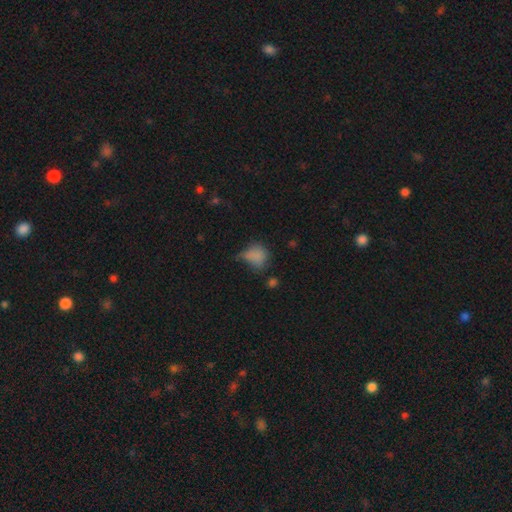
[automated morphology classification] A smooth galaxy with no disk features (76%) that is round (51%).

Vote fractions:
- Smooth or featured? smooth: 76% / star or artifact: 13% / featured or disk: 11%
- How rounded? round: 51% / in between: 47% / cigar-shaped: 2%
- Merging? none: 34% / minor disturbance: 33% / major disturbance: 27% / merger: 6%